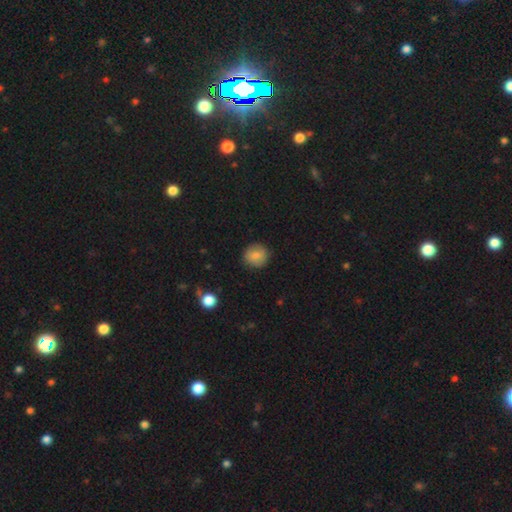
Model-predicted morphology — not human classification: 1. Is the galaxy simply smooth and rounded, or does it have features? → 83% smooth, 9% star or artifact, 9% featured or disk.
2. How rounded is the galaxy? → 89% round, 10% in between, 1% cigar-shaped.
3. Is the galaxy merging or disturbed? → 88% none, 8% minor disturbance, 2% major disturbance, 1% merger.